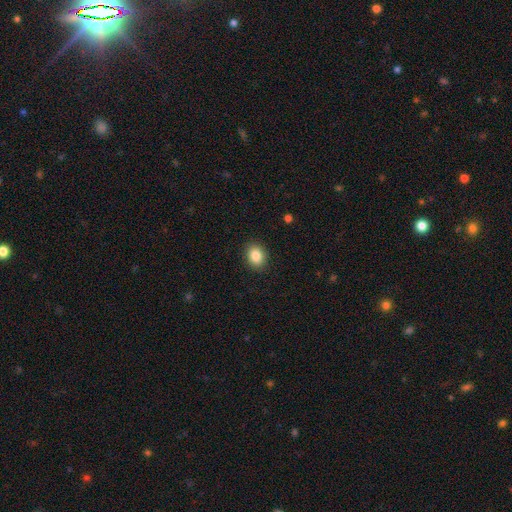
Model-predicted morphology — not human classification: A smooth galaxy with no disk features (85%) that is in between round and cigar-shaped (53%). Merging: none (90%).